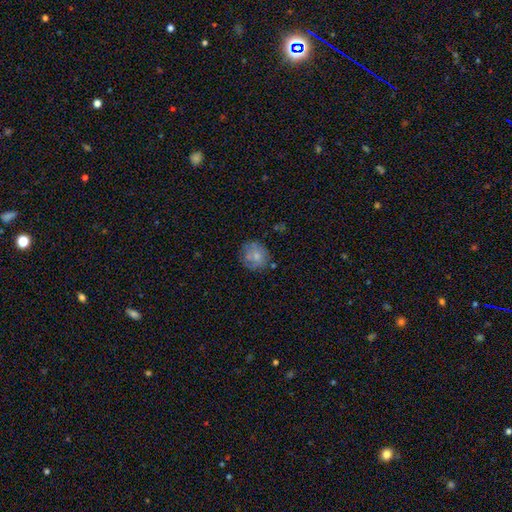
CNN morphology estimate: This is likely a smooth galaxy (65%). How rounded: likely round (80%). Merging: likely none (67%).